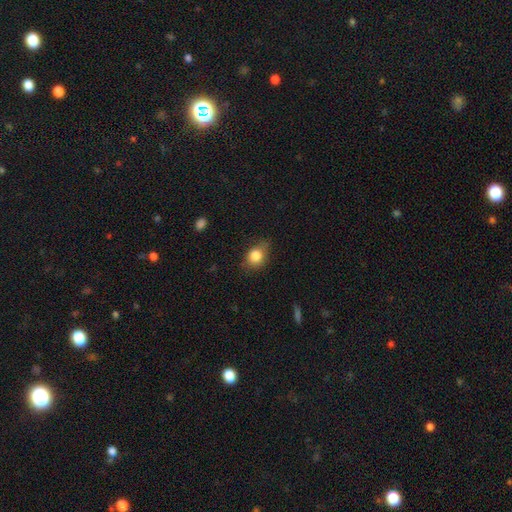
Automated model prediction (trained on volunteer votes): A smooth galaxy with no disk features (81%) that is in between round and cigar-shaped (52%).

Vote fractions:
- Smooth or featured? smooth: 81% / featured or disk: 9% / star or artifact: 9%
- How rounded? in between: 52% / round: 47% / cigar-shaped: 2%
- Merging? none: 67% / minor disturbance: 26% / major disturbance: 6% / merger: 1%